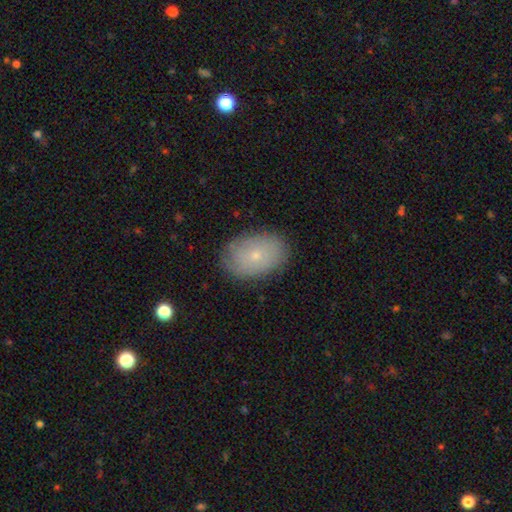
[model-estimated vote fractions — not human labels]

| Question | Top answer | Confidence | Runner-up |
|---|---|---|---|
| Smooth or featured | smooth | 66% | featured or disk (26%) |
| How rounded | in between | 86% | round (12%) |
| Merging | none | 83% | minor disturbance (13%) |